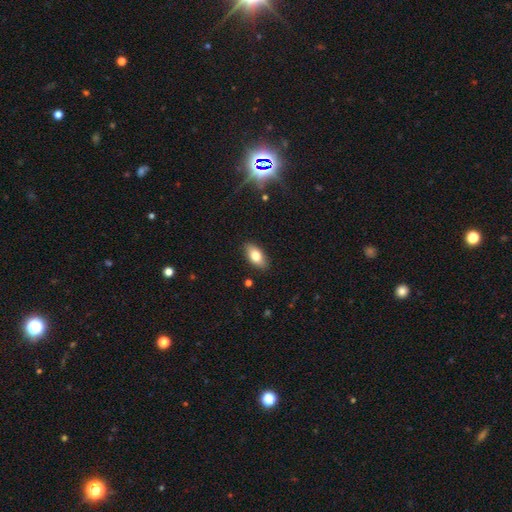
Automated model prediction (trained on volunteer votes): This appears to be a smooth galaxy with no disk features (78%) that is in between round and cigar-shaped (90%). Merging: none (87%).